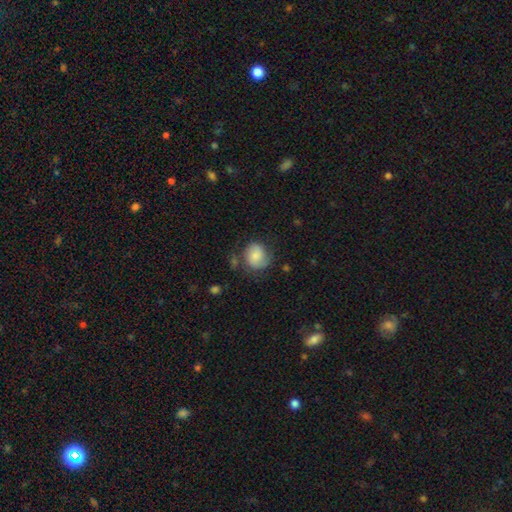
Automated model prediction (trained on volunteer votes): smooth-or-featured: smooth: 69% | featured or disk: 23% | star or artifact: 8%
  how-rounded: round: 69% | in between: 31% | cigar-shaped: 1%
  merging: none: 56% | minor disturbance: 27% | major disturbance: 13% | merger: 5%